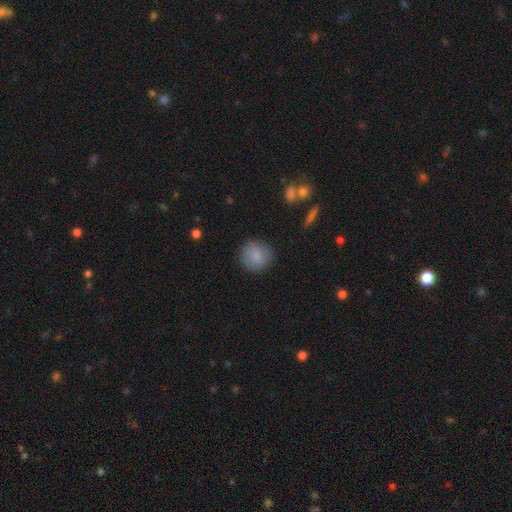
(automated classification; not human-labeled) smooth_or_featured: smooth (p=0.83) [alt: featured or disk p=0.10]
how_rounded: round (p=0.92) [alt: in between p=0.07]
merging: none (p=0.85) [alt: minor disturbance p=0.11]